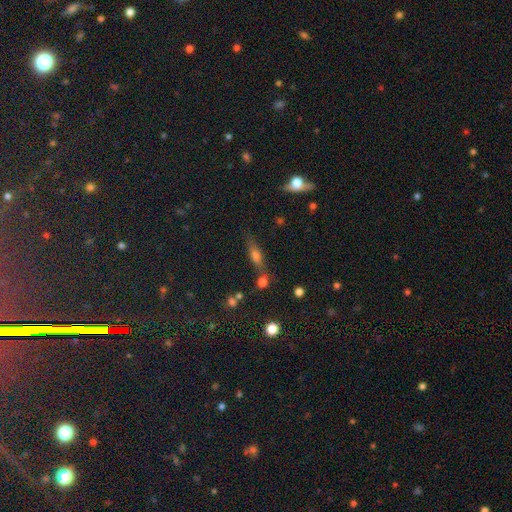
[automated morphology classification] This appears to be a smooth galaxy with no disk features (50%) that is cigar-shaped (55%). Merging: none (67%).